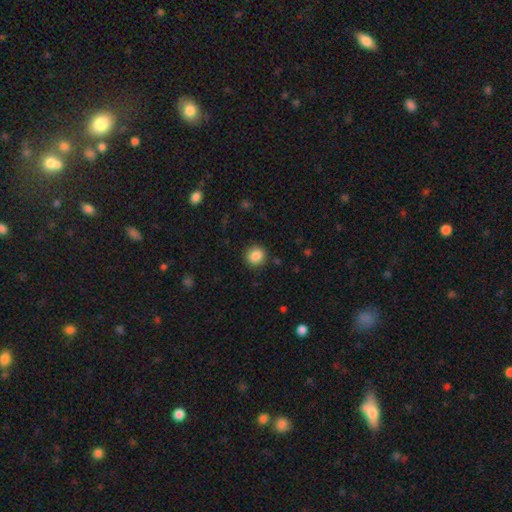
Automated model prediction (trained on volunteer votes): This appears to be a smooth galaxy with no disk features (87%) that is round (87%). Merging: none (89%).